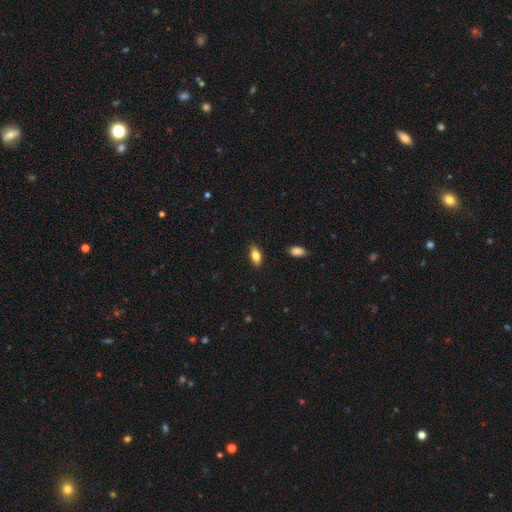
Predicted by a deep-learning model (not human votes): This appears to be a smooth galaxy with no disk features (79%) that is in between round and cigar-shaped (88%). Merging: none (87%).